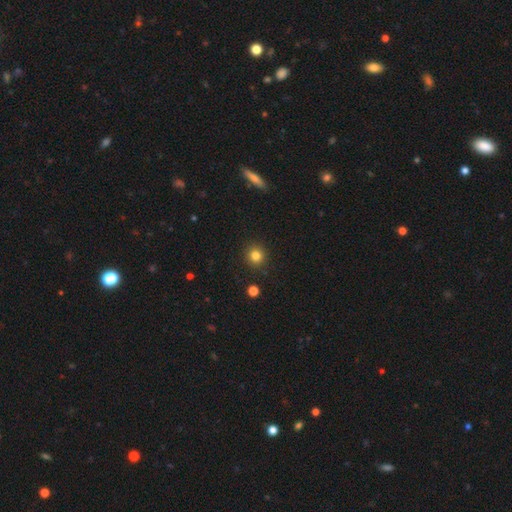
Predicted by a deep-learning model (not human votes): A smooth galaxy with no disk features (82%) that is round (93%). Merging: none (92%).